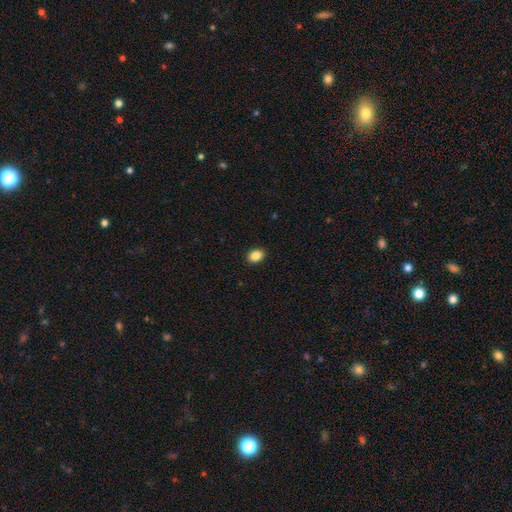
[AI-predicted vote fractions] smooth 88%, star or artifact 9%, featured or disk 4%. Down the decision tree: how rounded — in between (75%); merging — none (91%).